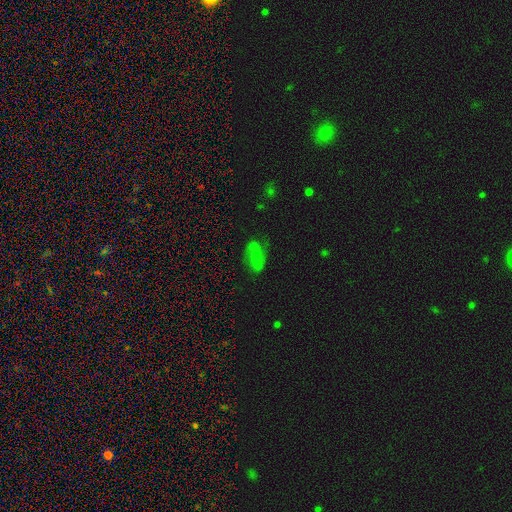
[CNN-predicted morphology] featured or disk 47%, smooth 38%, star or artifact 14%. Down the decision tree: merging — none (73%).